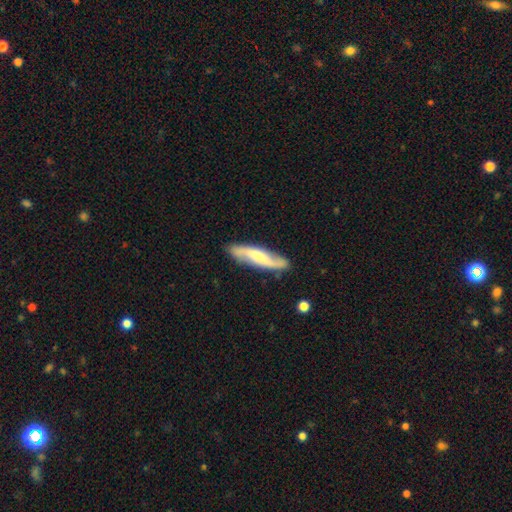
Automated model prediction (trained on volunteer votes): The model was most divided on "smooth or featured": featured or disk: 68%, smooth: 26%, star or artifact: 6%. More confident: merging — none (83%); edge-on disk — no (72%).